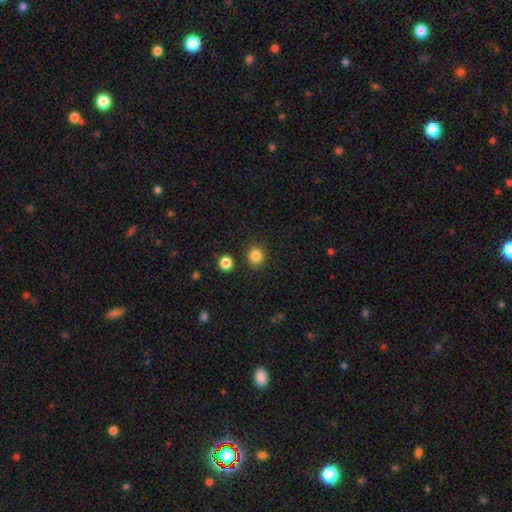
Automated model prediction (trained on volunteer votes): Overall: smooth (85%). How rounded: round (87%). Merging: none (88%).